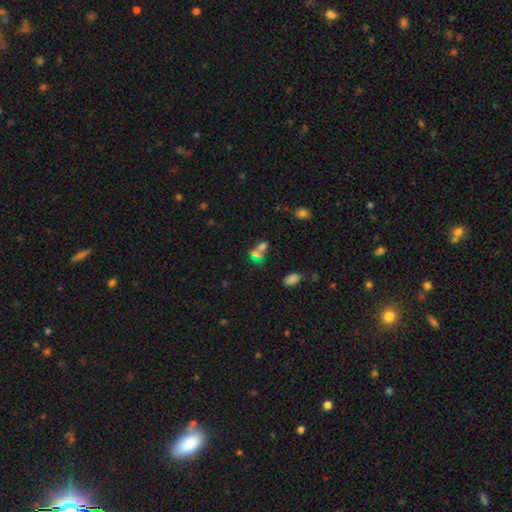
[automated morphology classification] type=smooth (63%); roundness=in between (59%); merging=merger (60%).